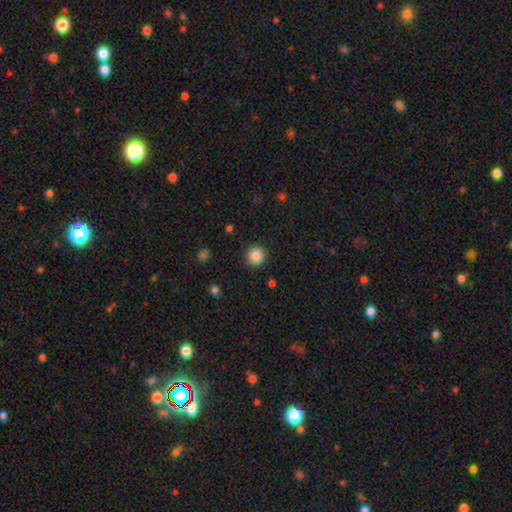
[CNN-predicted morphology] Smooth or featured? Predicted: smooth (p=0.87). How rounded? Predicted: round (p=0.93). Merging? Predicted: none (p=0.91).